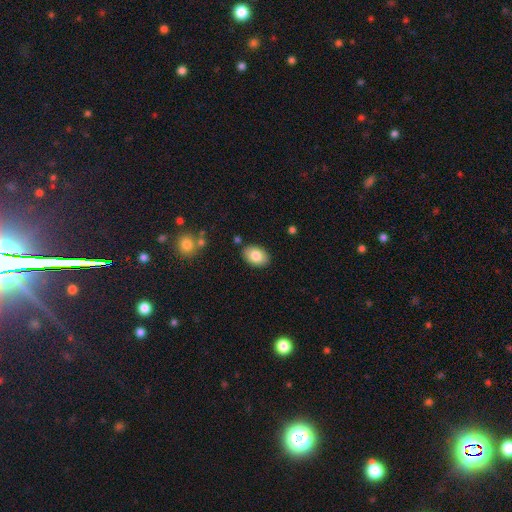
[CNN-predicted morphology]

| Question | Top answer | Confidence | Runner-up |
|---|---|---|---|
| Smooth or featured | smooth | 82% | featured or disk (10%) |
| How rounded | in between | 84% | round (15%) |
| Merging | none | 87% | minor disturbance (9%) |